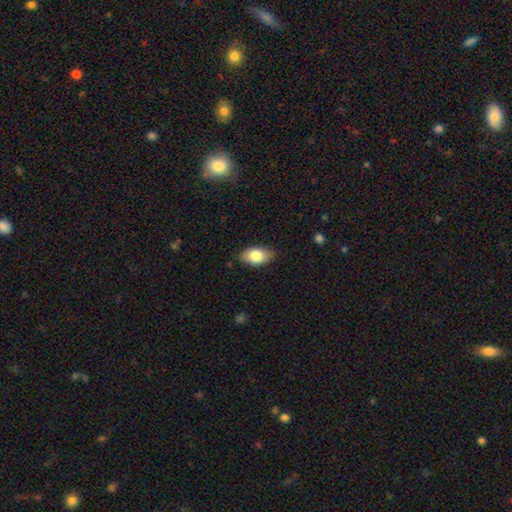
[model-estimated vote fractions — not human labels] Smooth or featured?
  - smooth: 82% *
  - featured or disk: 11%
  - star or artifact: 7%
How rounded?
  - in between: 92% *
  - round: 5%
  - cigar-shaped: 3%
Merging?
  - none: 84% *
  - minor disturbance: 12%
  - major disturbance: 2%
  - merger: 1%